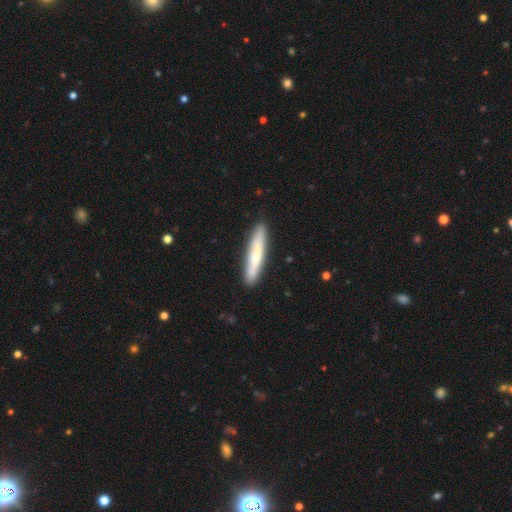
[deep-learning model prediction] This appears to be a smooth galaxy with no disk features (65%) that is cigar-shaped (92%). Merging: none (88%).